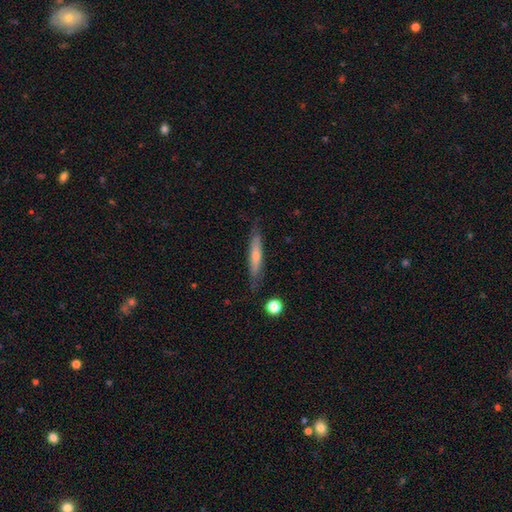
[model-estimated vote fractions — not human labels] Smooth or featured? smooth (57%)
How rounded? cigar-shaped (90%)
Merging? none (79%)